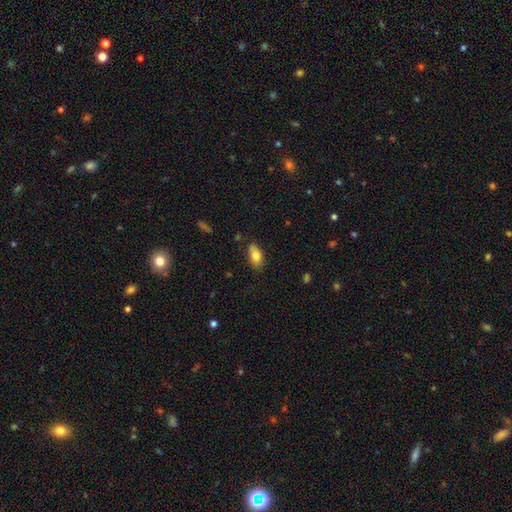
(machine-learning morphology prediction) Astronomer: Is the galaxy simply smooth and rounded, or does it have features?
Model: smooth — 79%.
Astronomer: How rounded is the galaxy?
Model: in between — 90%.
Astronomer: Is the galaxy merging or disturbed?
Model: none — 75%.